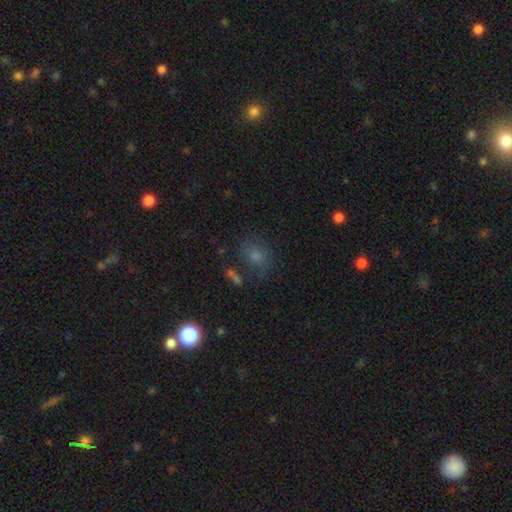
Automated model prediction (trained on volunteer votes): Smooth or featured? smooth (62%)
How rounded? round (56%)
Merging? none (64%)